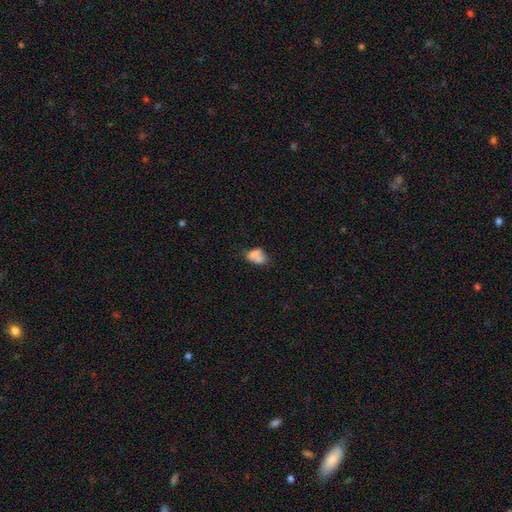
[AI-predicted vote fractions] Q: Smooth or featured?
A: smooth (65%); runner-up: featured or disk (25%)
Q: How rounded?
A: in between (74%); runner-up: round (24%)
Q: Merging?
A: merger (47%); runner-up: none (28%)